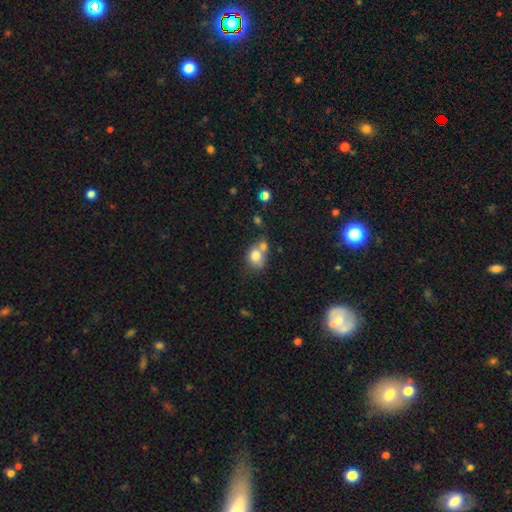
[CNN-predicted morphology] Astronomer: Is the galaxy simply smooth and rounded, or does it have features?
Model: smooth — 77%.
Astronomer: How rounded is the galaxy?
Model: round — 58% (runner-up: in between, 41%).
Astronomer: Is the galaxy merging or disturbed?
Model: merger — 47% (runner-up: none, 33%).